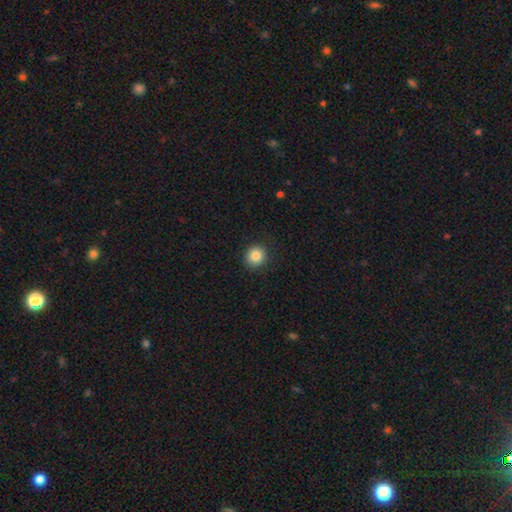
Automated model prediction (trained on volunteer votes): A smooth galaxy with no disk features (85%) that is round (87%). Merging: none (90%).